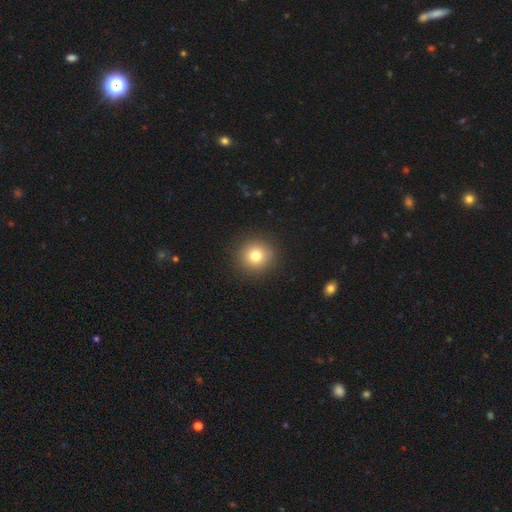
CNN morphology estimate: Overall: smooth (78%). How rounded: round (92%). Merging: none (91%).